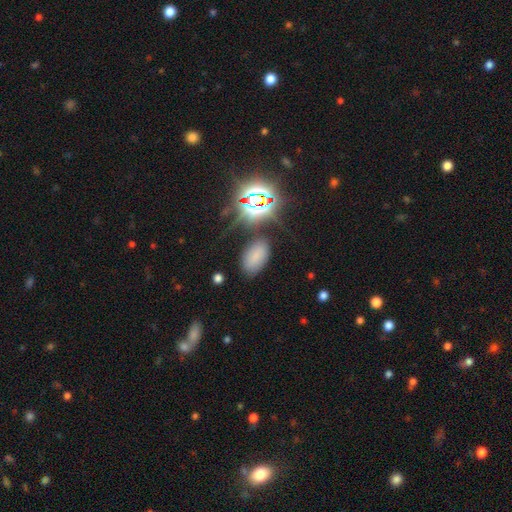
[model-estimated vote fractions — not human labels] Smooth or featured?
  - smooth: 64% *
  - star or artifact: 27%
  - featured or disk: 9%
How rounded?
  - in between: 92% *
  - round: 6%
  - cigar-shaped: 2%
Merging?
  - none: 78% *
  - minor disturbance: 14%
  - major disturbance: 5%
  - merger: 4%